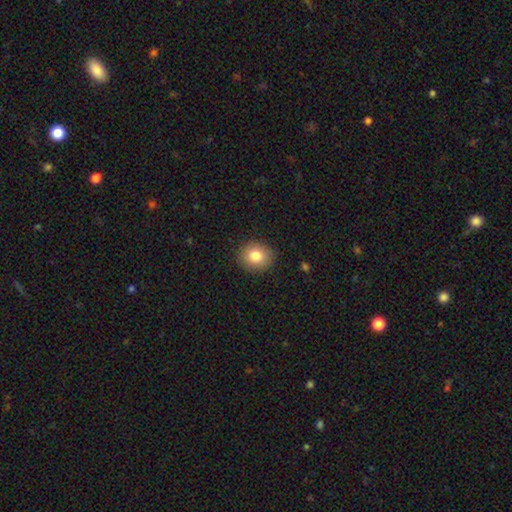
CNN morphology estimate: A smooth galaxy with no disk features (81%) that is round (72%). Merging: none (89%).